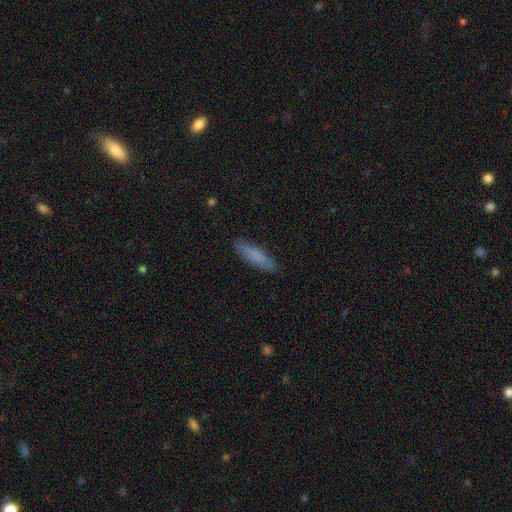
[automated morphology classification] Q: Smooth or featured?
A: smooth (78%); runner-up: featured or disk (16%)
Q: How rounded?
A: cigar-shaped (79%); runner-up: in between (20%)
Q: Merging?
A: none (88%); runner-up: minor disturbance (9%)